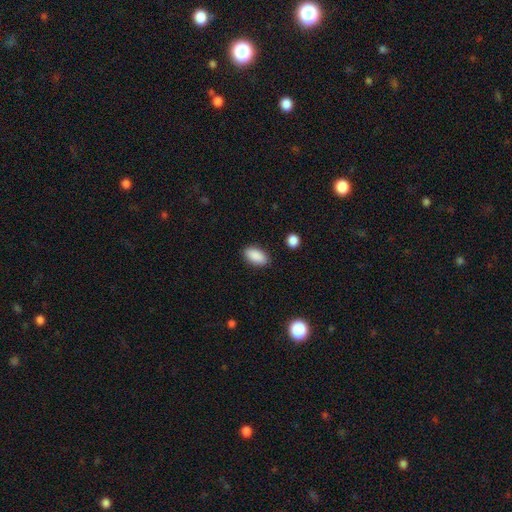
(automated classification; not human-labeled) A smooth galaxy with no disk features (90%) that is in between round and cigar-shaped (92%). Merging: none (88%).